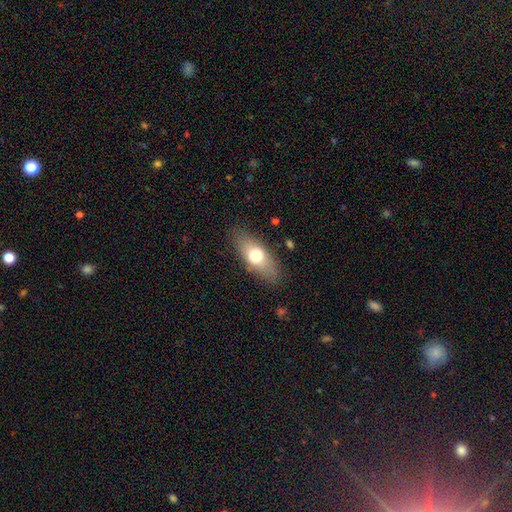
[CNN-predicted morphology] This is likely a smooth galaxy (67%). How rounded: likely in between (76%). Merging: clearly none (83%).